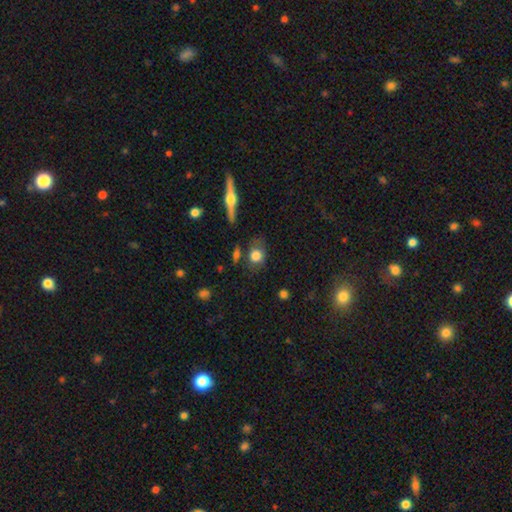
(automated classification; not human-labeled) This is likely a smooth galaxy (76%). How rounded: likely round (62%). Merging: likely none (61%).